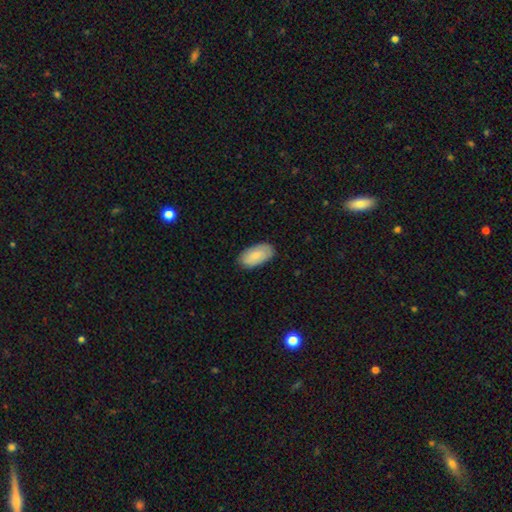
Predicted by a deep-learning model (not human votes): smooth_or_featured: smooth (p=0.85) [alt: featured or disk p=0.09]
how_rounded: in between (p=0.95) [alt: round p=0.02]
merging: none (p=0.84) [alt: minor disturbance p=0.13]